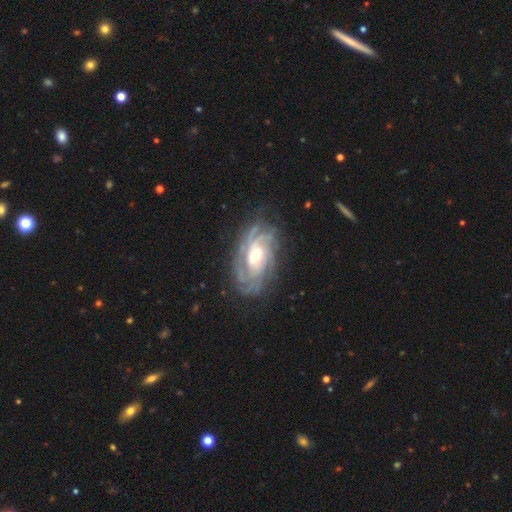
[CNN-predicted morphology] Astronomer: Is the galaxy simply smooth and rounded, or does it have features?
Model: featured or disk — 88%.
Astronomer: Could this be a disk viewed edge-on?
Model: no — 95%.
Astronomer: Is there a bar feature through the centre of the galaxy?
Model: no — 56% (runner-up: weak, 33%).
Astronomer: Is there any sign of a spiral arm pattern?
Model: yes — 97%.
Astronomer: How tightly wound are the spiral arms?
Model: tight — 69%.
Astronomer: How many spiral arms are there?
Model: can't tell — 28% (runner-up: 4, 21%).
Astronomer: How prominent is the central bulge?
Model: moderate — 70%.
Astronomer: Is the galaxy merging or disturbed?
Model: none — 74%.